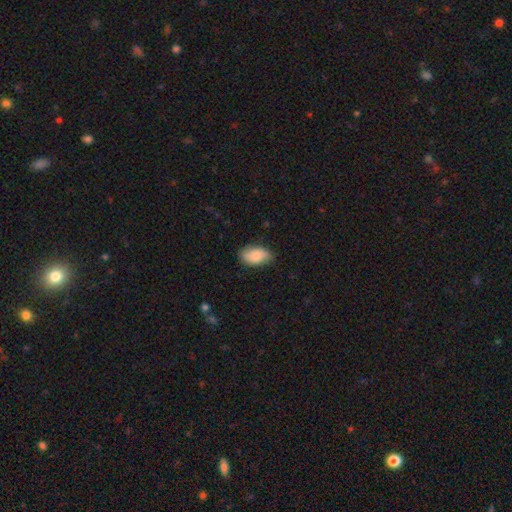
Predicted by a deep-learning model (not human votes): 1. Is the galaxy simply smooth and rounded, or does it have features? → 82% smooth, 12% featured or disk, 6% star or artifact.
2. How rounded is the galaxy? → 94% in between, 4% round, 2% cigar-shaped.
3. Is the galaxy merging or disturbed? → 76% none, 20% minor disturbance, 3% major disturbance, 1% merger.